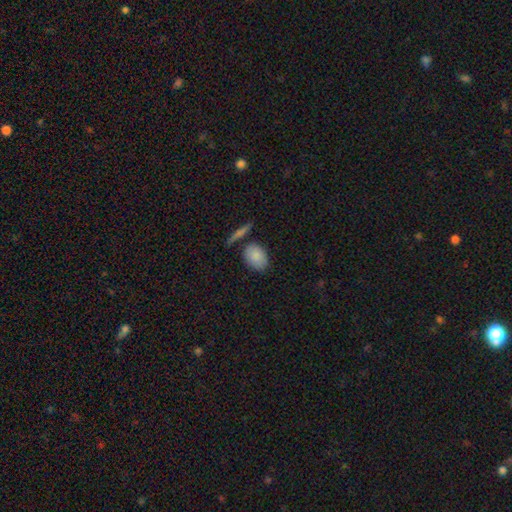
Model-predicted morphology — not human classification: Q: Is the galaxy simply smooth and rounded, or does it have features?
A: smooth — 85%.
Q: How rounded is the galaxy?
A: in between — 77%.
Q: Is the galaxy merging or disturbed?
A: none — 69%.